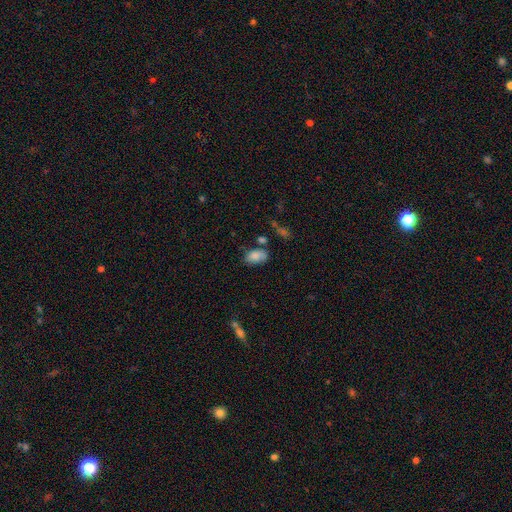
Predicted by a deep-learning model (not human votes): smooth 83%, star or artifact 9%, featured or disk 9%. Down the decision tree: how rounded — in between (90%); merging — none (56%).